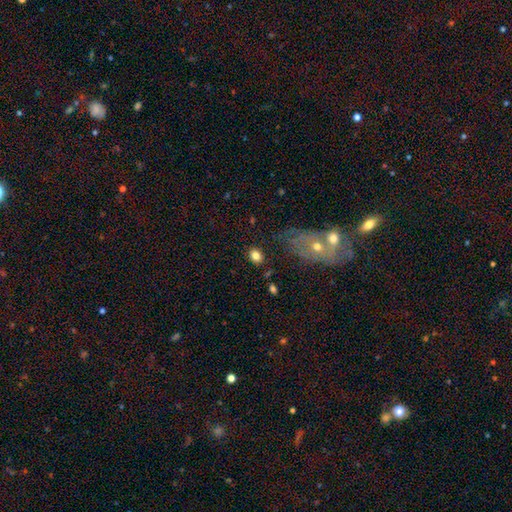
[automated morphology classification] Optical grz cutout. It shows a smooth galaxy with no disk features (81%) that is round (53%). Merging: none (82%).